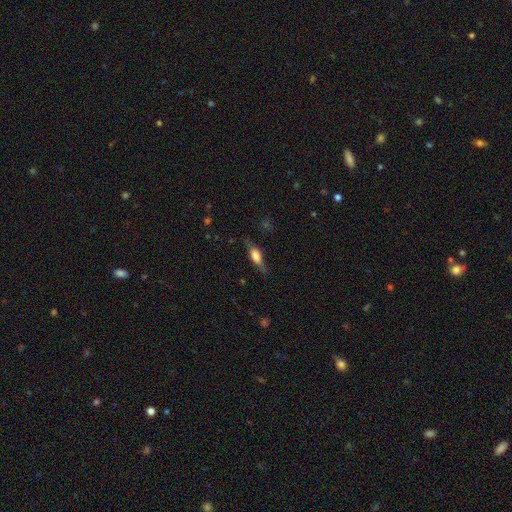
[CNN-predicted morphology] smooth_or_featured: smooth (p=0.51) [alt: featured or disk p=0.41]
how_rounded: in between (p=0.55) [alt: cigar-shaped p=0.40]
merging: none (p=0.70) [alt: minor disturbance p=0.21]